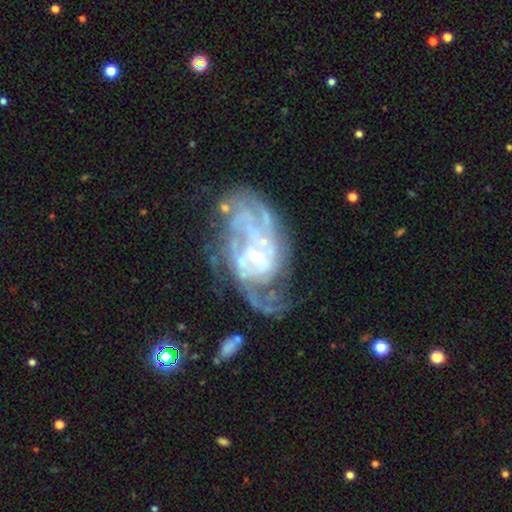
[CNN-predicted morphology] Q: Smooth or featured?
A: featured or disk (84%); runner-up: star or artifact (8%)
Q: Edge-on disk?
A: no (97%); runner-up: yes (3%)
Q: Bar?
A: no (57%); runner-up: weak (31%)
Q: Spiral arms?
A: yes (85%); runner-up: no (15%)
Q: Spiral winding?
A: tight (47%); runner-up: medium (37%)
Q: Spiral arm count?
A: can't tell (40%); runner-up: 2 (19%)
Q: Bulge size?
A: small (72%); runner-up: moderate (16%)
Q: Merging?
A: none (42%); runner-up: major disturbance (27%)